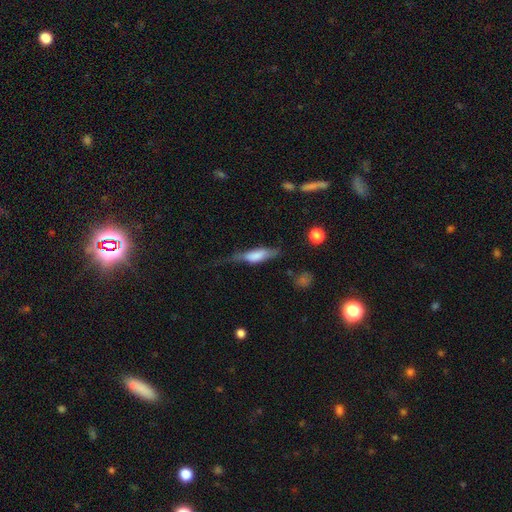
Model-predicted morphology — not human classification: Smooth or featured? smooth (58%)
How rounded? cigar-shaped (52%)
Merging? none (34%)